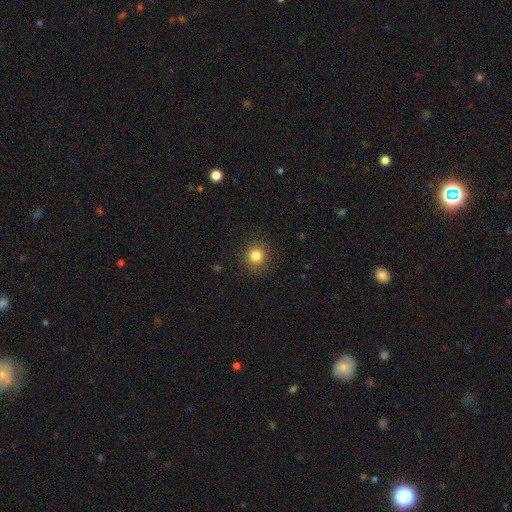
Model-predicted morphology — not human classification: smooth_or_featured: smooth (p=0.83) [alt: star or artifact p=0.11]
how_rounded: round (p=0.89) [alt: in between p=0.10]
merging: none (p=0.89) [alt: minor disturbance p=0.08]